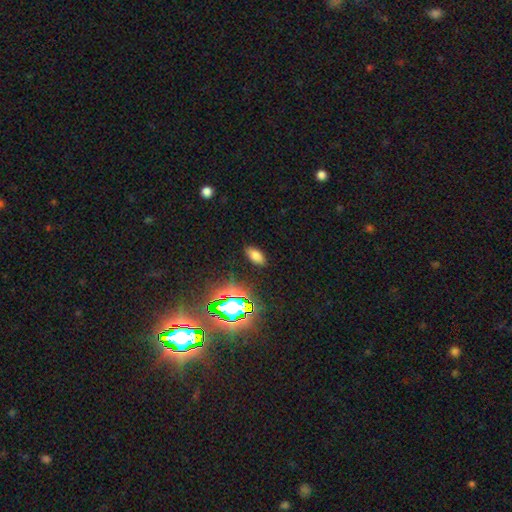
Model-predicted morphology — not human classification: Smooth or featured? smooth (71%)
How rounded? in between (90%)
Merging? none (88%)